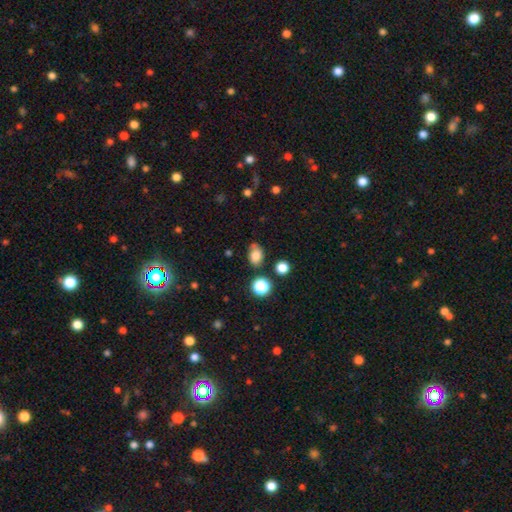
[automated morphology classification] The model was most divided on "merging": none: 65%, minor disturbance: 24%, major disturbance: 6%, merger: 5%. More confident: smooth or featured — smooth (78%); how rounded — in between (73%).